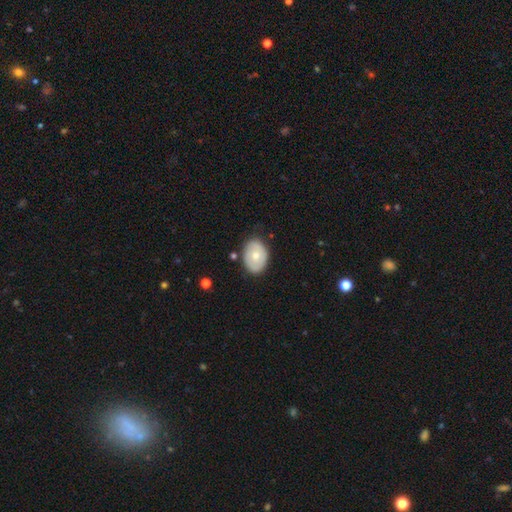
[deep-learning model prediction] Q: Smooth or featured?
A: smooth (65%); runner-up: featured or disk (29%)
Q: How rounded?
A: in between (76%); runner-up: round (23%)
Q: Merging?
A: none (79%); runner-up: minor disturbance (15%)